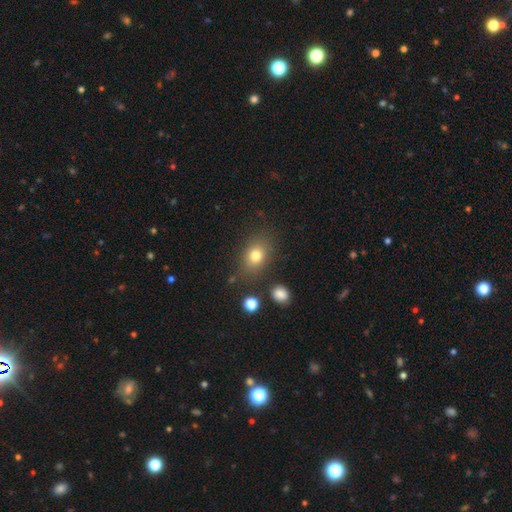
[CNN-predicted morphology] type=smooth (78%); roundness=in between (59%); merging=none (78%).